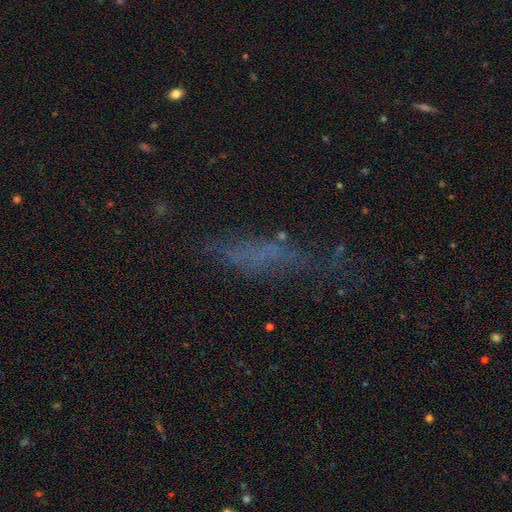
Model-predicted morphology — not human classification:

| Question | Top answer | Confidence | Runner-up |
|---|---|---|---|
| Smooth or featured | smooth | 47% | featured or disk (30%) |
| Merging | none | 49% | minor disturbance (23%) |